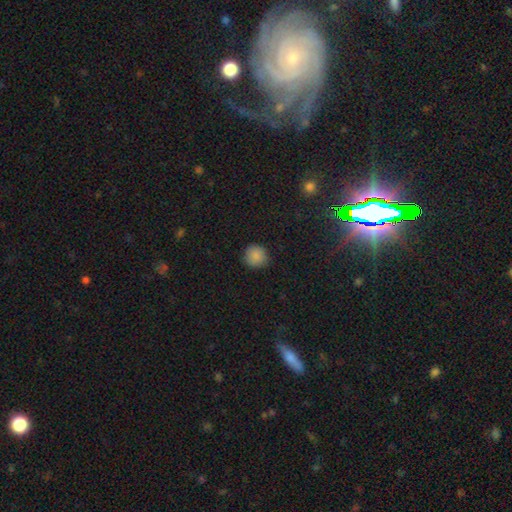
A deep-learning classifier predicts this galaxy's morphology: smooth-or-featured: smooth: 86% | star or artifact: 10% | featured or disk: 4%
  how-rounded: round: 93% | in between: 6% | cigar-shaped: 1%
  merging: none: 87% | minor disturbance: 10% | major disturbance: 2% | merger: 1%